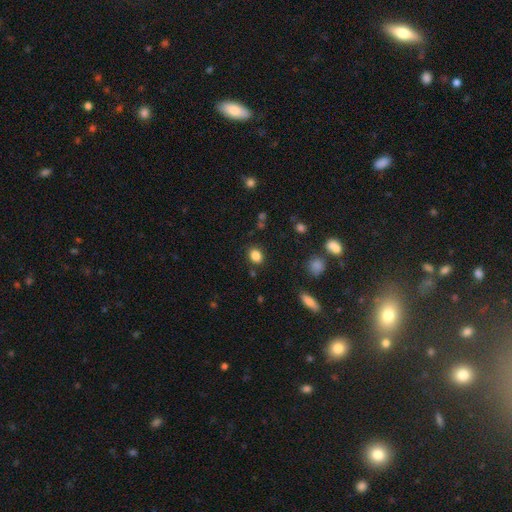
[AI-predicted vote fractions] smooth_or_featured: smooth (p=0.84) [alt: star or artifact p=0.11]
how_rounded: in between (p=0.51) [alt: round p=0.48]
merging: none (p=0.86) [alt: minor disturbance p=0.09]